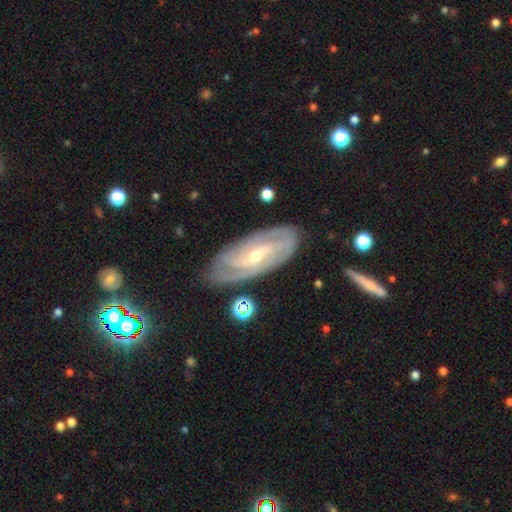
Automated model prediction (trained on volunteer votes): Overall: featured or disk (86%). Edge-on disk: no (92%). Bar: weak (41%; strong 34%). Spiral arms: yes (95%). Spiral arm count: 2 (45%; can't tell 22%). Spiral winding: tight (59%; medium 33%). Bulge size: small (59%; moderate 38%). Merging: none (80%).